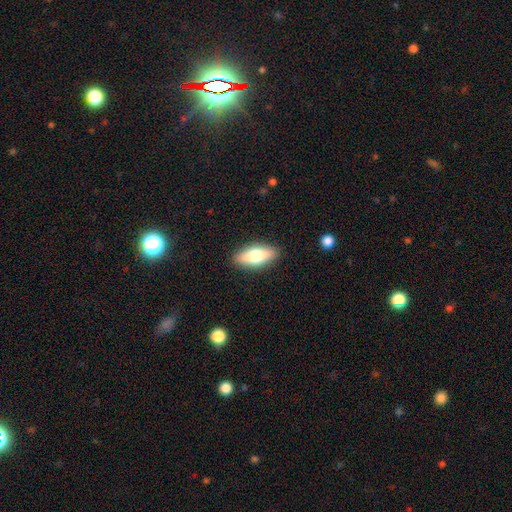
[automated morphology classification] Overall: smooth (69%). How rounded: in between (73%). Merging: none (88%).